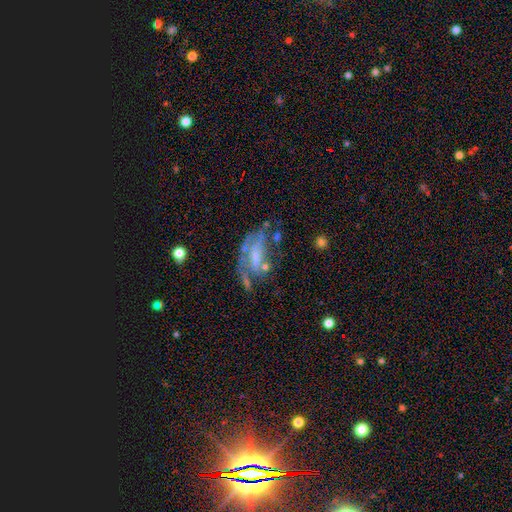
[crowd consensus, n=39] Smooth or featured? 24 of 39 (62%) said featured or disk. Edge-on disk? 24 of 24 (100%) said no. Bar? 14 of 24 (58%) said no. Spiral arms? 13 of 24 (54%) said no. Bulge size? 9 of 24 (38%) said small. Merging? 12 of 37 (32%) said major disturbance.